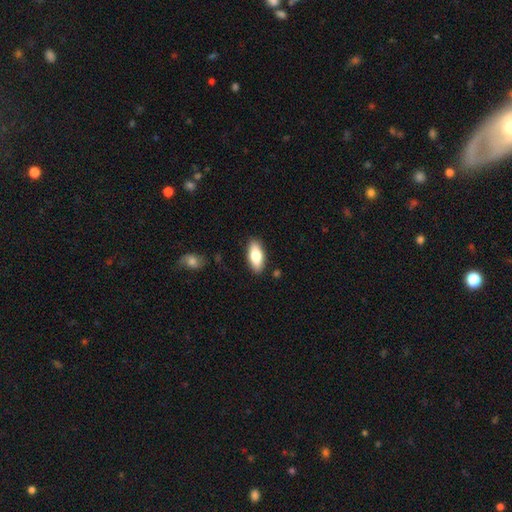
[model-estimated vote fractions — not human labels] Q: Smooth or featured?
A: smooth (77%); runner-up: featured or disk (17%)
Q: How rounded?
A: in between (84%); runner-up: cigar-shaped (13%)
Q: Merging?
A: none (87%); runner-up: minor disturbance (9%)